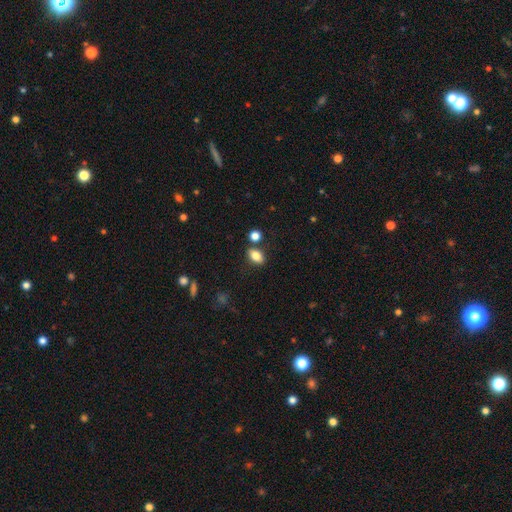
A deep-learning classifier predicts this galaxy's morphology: smooth_or_featured: smooth (p=0.82) [alt: star or artifact p=0.09]
how_rounded: in between (p=0.84) [alt: round p=0.13]
merging: none (p=0.77) [alt: minor disturbance p=0.11]